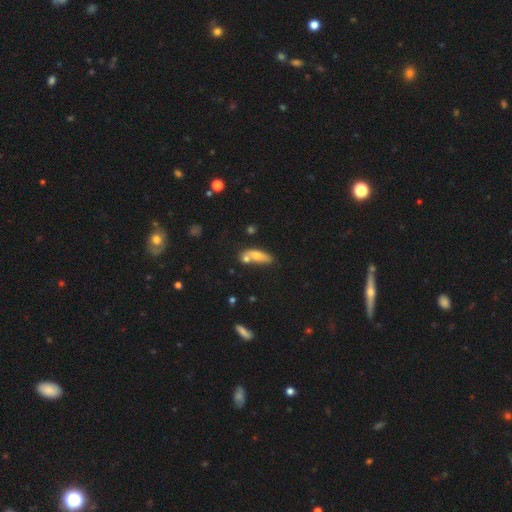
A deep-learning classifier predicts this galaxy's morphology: smooth_or_featured: smooth (p=0.66) [alt: featured or disk p=0.25]
how_rounded: in between (p=0.59) [alt: cigar-shaped p=0.36]
merging: none (p=0.44) [alt: merger p=0.36]